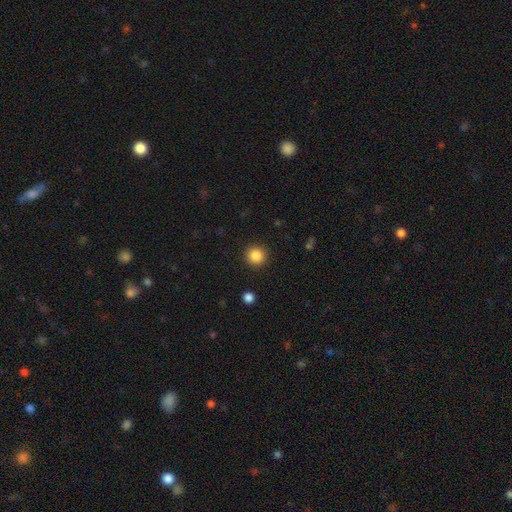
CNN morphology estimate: Smooth or featured? smooth (85%)
How rounded? round (95%)
Merging? none (92%)